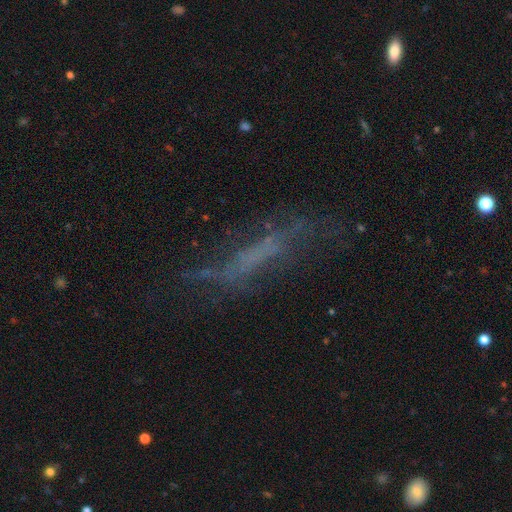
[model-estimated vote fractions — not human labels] Q: Smooth or featured?
A: featured or disk (51%); runner-up: smooth (28%)
Q: Edge-on disk?
A: no (60%); runner-up: yes (40%)
Q: Merging?
A: none (51%); runner-up: major disturbance (23%)